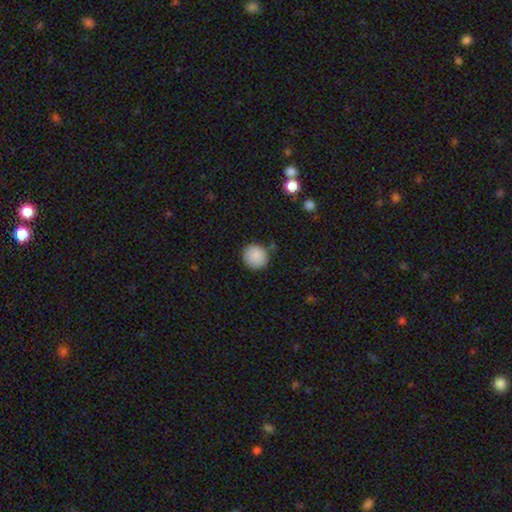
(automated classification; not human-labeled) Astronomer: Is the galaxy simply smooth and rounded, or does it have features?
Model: smooth — 88%.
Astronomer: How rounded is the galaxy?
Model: round — 92%.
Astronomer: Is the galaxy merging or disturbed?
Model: none — 84%.